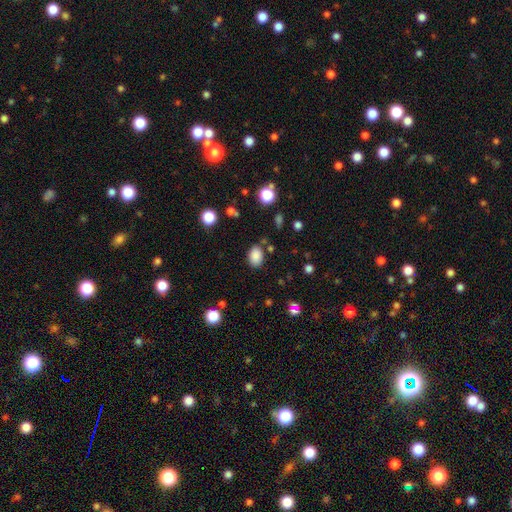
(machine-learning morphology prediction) type=smooth (86%); roundness=in between (78%); merging=none (81%).